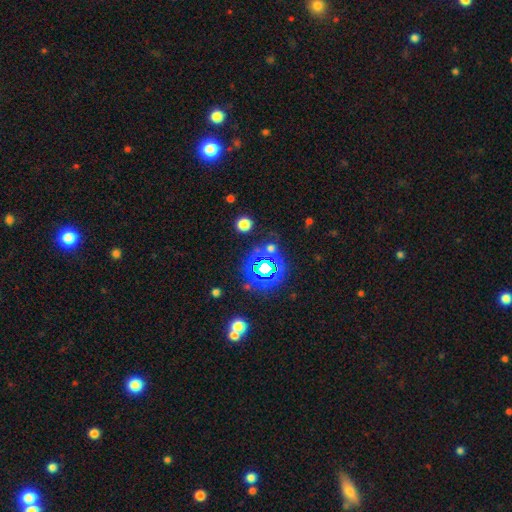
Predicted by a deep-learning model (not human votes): This appears to be a star or artifact, not a galaxy (69%).